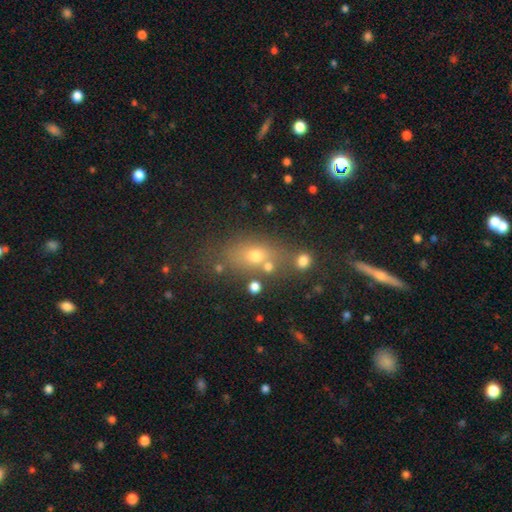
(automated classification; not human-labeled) Smooth or featured: smooth — 63% (star or artifact — 19%)
How rounded: in between — 66% (round — 26%)
Merging: none — 60% (merger — 19%)